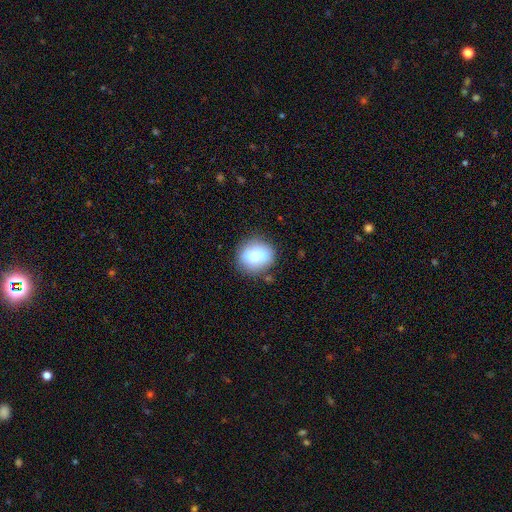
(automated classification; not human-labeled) This appears to be a smooth galaxy with no disk features (62%) that is round (63%). Merging: none (76%).